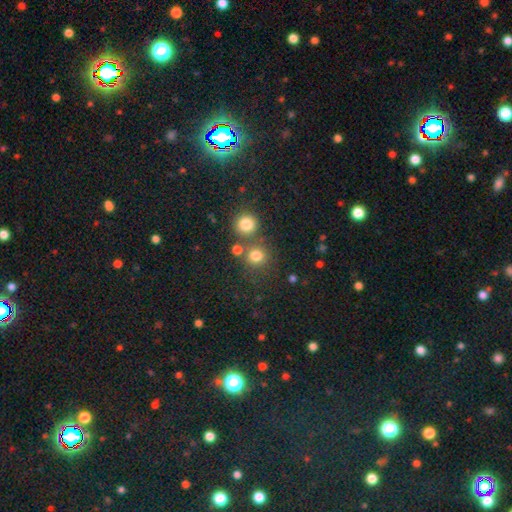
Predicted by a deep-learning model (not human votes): A smooth galaxy with no disk features (77%) that is round (90%). Merging: none (71%).